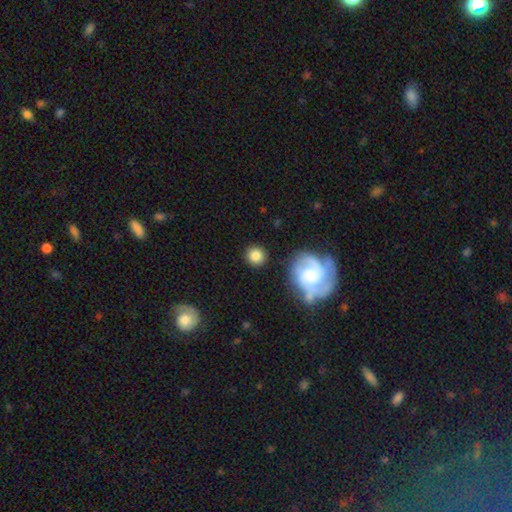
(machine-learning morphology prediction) Overall: smooth (77%). How rounded: round (92%). Merging: none (85%).